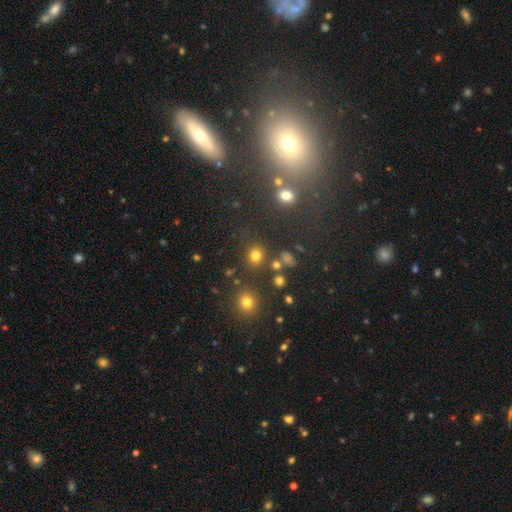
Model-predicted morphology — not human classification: Smooth or featured?
  - smooth: 77% *
  - star or artifact: 18%
  - featured or disk: 6%
How rounded?
  - round: 82% *
  - in between: 17%
  - cigar-shaped: 1%
Merging?
  - none: 81% *
  - minor disturbance: 8%
  - merger: 6%
  - major disturbance: 4%